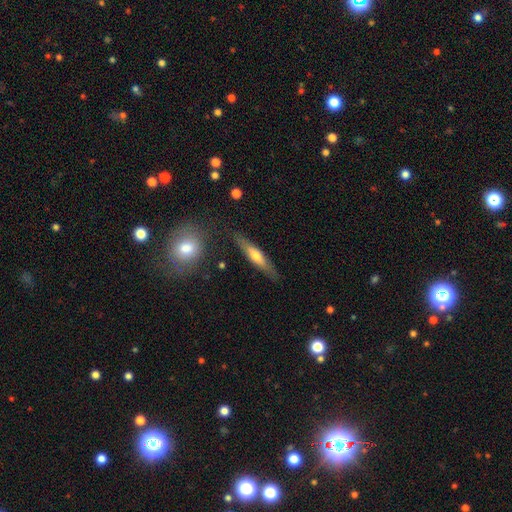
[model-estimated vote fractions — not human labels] Smooth or featured? Predicted: featured or disk (p=0.47). Merging? Predicted: none (p=0.83).